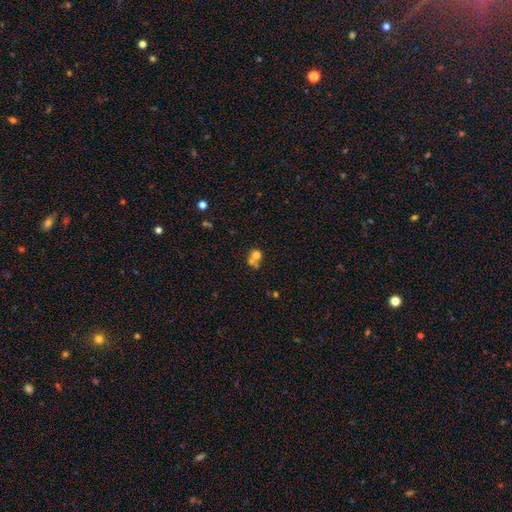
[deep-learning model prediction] A smooth galaxy with no disk features (68%) that is round (72%). Merging: merger (61%).